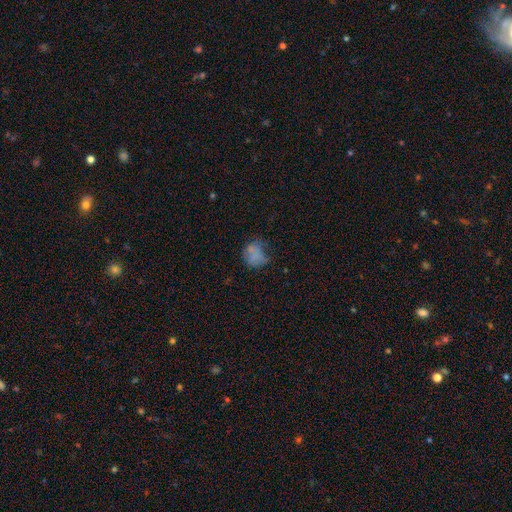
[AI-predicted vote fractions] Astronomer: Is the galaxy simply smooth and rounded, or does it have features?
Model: smooth — 69%.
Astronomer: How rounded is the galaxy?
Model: round — 64%.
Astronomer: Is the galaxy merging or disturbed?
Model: none — 42% (runner-up: minor disturbance, 30%).